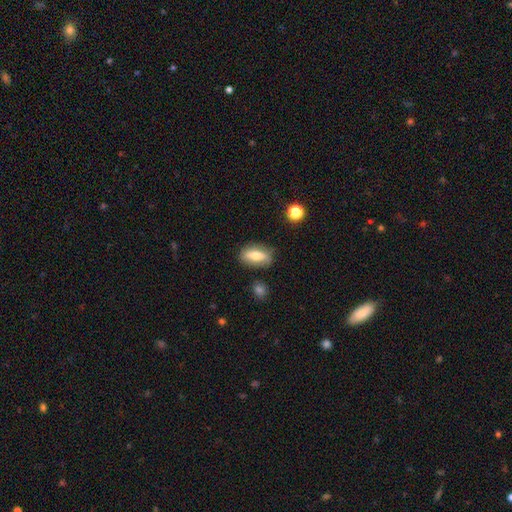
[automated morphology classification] A smooth galaxy with no disk features (65%) that is in between round and cigar-shaped (80%).

Vote fractions:
- Smooth or featured? smooth: 65% / featured or disk: 28% / star or artifact: 8%
- How rounded? in between: 80% / cigar-shaped: 15% / round: 5%
- Merging? none: 79% / minor disturbance: 15% / major disturbance: 4% / merger: 3%